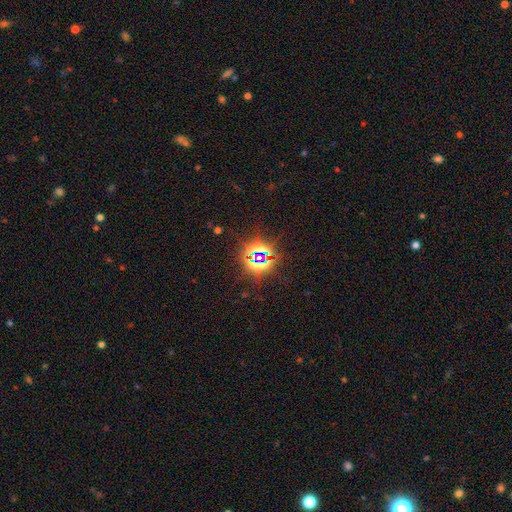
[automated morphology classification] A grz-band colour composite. It shows a star or artifact, not a galaxy (80%).